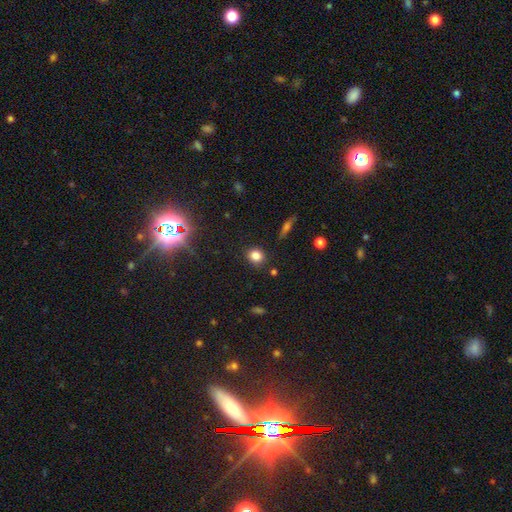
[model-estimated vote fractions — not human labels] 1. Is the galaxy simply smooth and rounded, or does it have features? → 81% smooth, 13% star or artifact, 6% featured or disk.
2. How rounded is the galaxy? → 76% round, 23% in between, 2% cigar-shaped.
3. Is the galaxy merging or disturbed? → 86% none, 9% minor disturbance, 3% major disturbance, 2% merger.